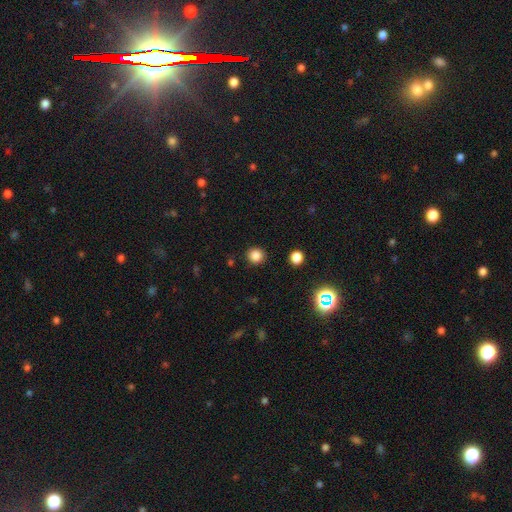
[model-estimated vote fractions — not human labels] A smooth galaxy with no disk features (84%) that is round (92%).

Vote fractions:
- Smooth or featured? smooth: 84% / star or artifact: 13% / featured or disk: 3%
- How rounded? round: 92% / in between: 7% / cigar-shaped: 1%
- Merging? none: 90% / minor disturbance: 6% / major disturbance: 2% / merger: 2%